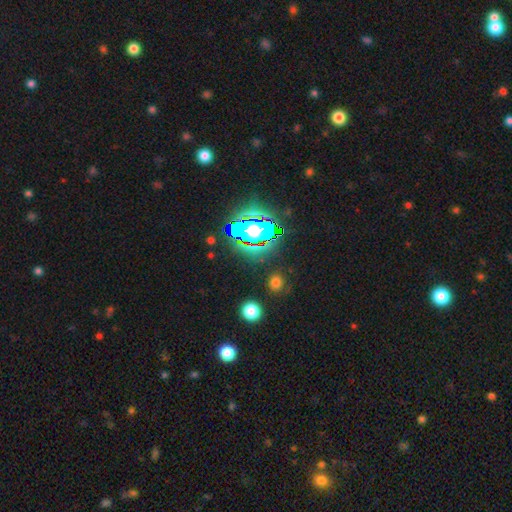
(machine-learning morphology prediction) This appears to be a star or artifact, not a galaxy (62%).